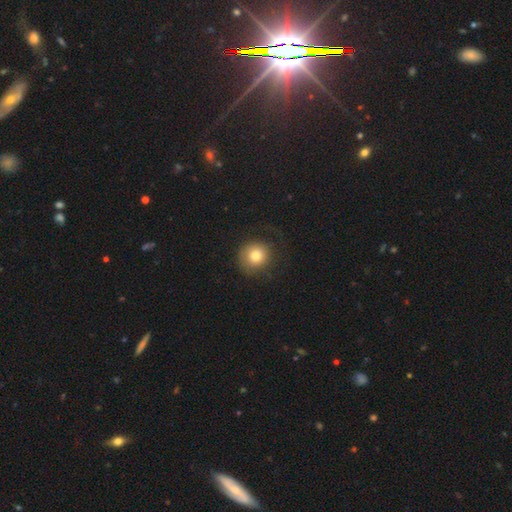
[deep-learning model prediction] Smooth or featured: smooth — 78% (featured or disk — 13%)
How rounded: round — 91% (in between — 8%)
Merging: none — 70% (minor disturbance — 16%)